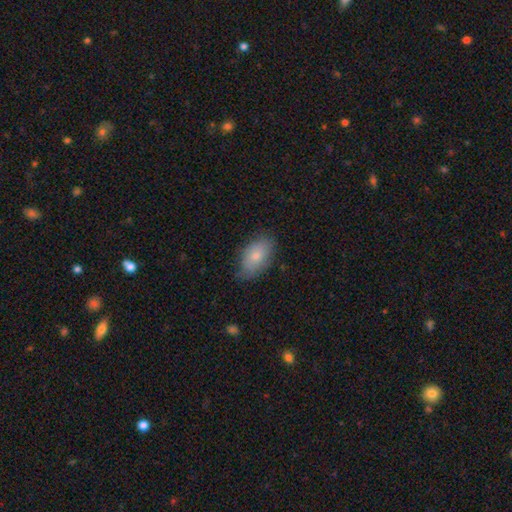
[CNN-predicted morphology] Q: Smooth or featured?
A: smooth (78%); runner-up: featured or disk (15%)
Q: How rounded?
A: in between (93%); runner-up: round (5%)
Q: Merging?
A: none (70%); runner-up: minor disturbance (24%)